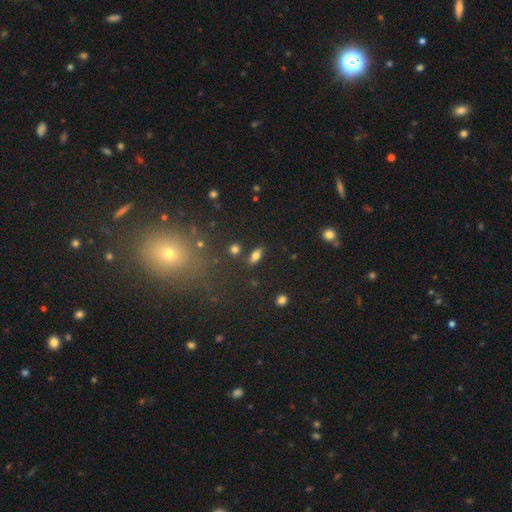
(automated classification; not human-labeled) smooth-or-featured: smooth: 78% | featured or disk: 12% | star or artifact: 11%
  how-rounded: in between: 83% | cigar-shaped: 12% | round: 6%
  merging: none: 82% | minor disturbance: 10% | merger: 5% | major disturbance: 3%